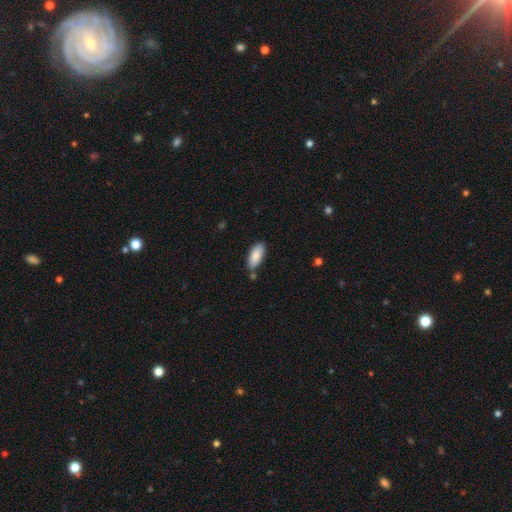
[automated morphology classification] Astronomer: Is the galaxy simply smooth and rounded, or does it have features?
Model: smooth — 86%.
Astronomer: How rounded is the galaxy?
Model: in between — 85%.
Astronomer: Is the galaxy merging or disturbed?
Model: none — 77%.